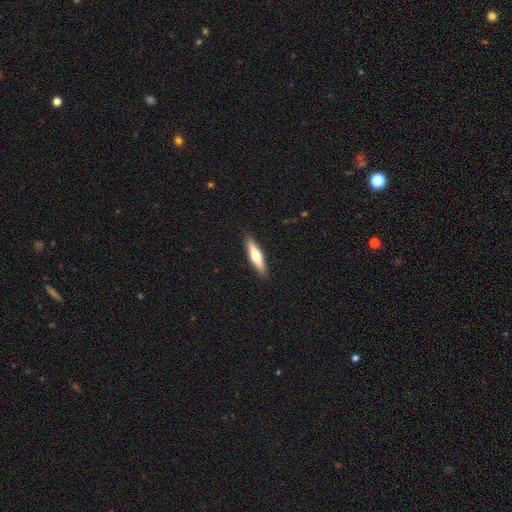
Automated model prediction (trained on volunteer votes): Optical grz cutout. It shows a smooth galaxy with no disk features (51%) that is cigar-shaped (76%). Merging: none (91%).